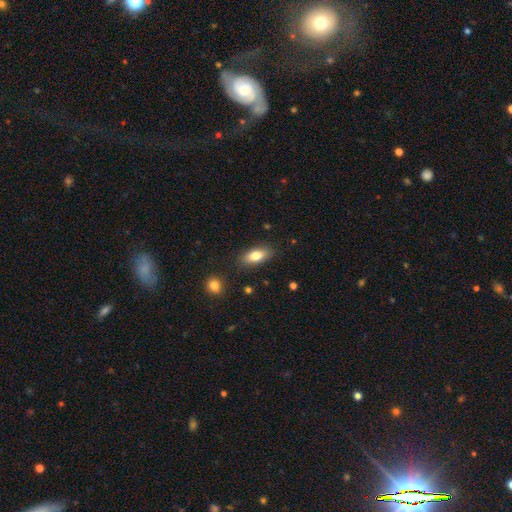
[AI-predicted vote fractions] Smooth or featured? Predicted: smooth (p=0.80). How rounded? Predicted: in between (p=0.84). Merging? Predicted: none (p=0.85).